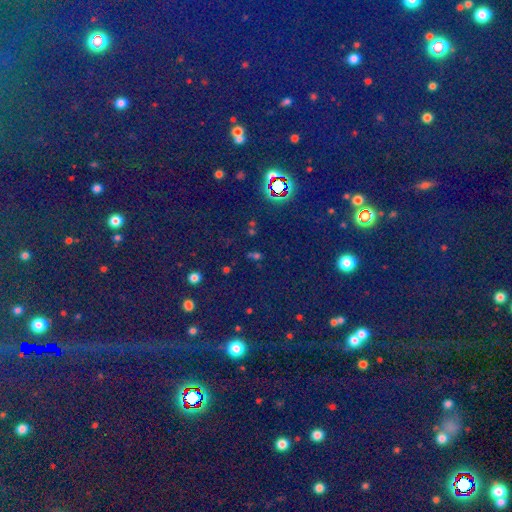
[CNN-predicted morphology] star or artifact 73%, smooth 18%, featured or disk 9%.